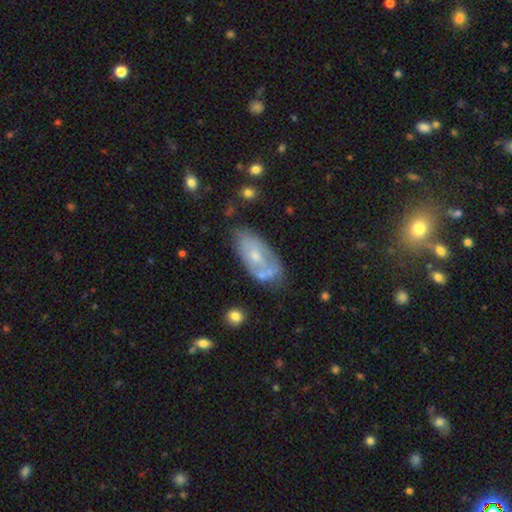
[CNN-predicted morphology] Smooth or featured? featured or disk (52%)
Edge-on disk? no (90%)
Merging? none (51%)